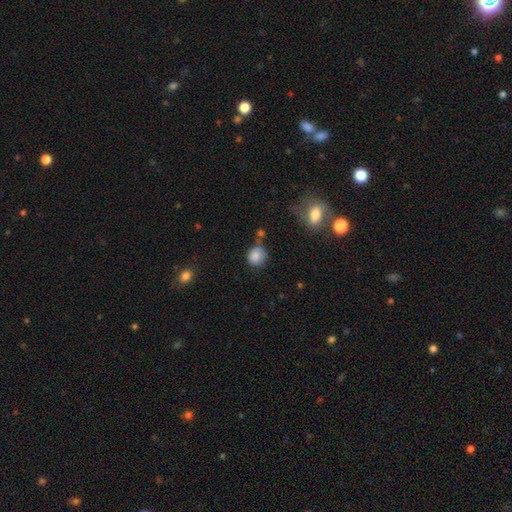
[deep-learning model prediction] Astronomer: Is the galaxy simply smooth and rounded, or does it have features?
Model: smooth — 84%.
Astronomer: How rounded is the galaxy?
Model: round — 81%.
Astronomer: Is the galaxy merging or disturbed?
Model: none — 60%.